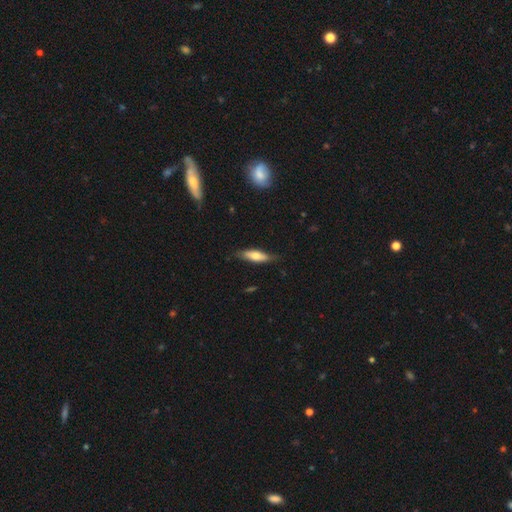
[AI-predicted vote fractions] smooth_or_featured: smooth (p=0.61) [alt: featured or disk p=0.34]
how_rounded: cigar-shaped (p=0.57) [alt: in between p=0.41]
merging: none (p=0.75) [alt: minor disturbance p=0.20]